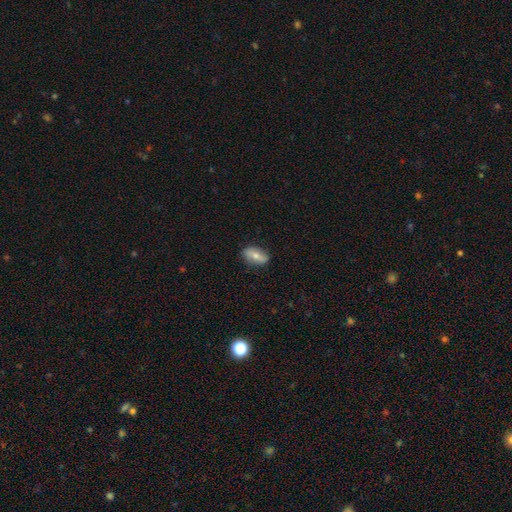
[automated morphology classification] smooth 59%, featured or disk 34%, star or artifact 7%. Down the decision tree: how rounded — in between (87%); merging — none (83%).